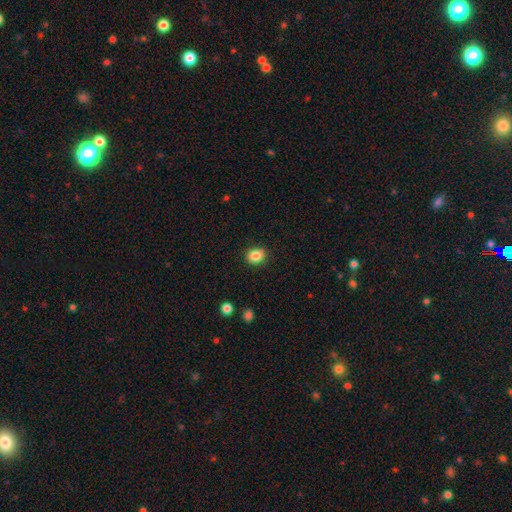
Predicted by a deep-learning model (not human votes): A smooth galaxy with no disk features (86%) that is round (62%).

Vote fractions:
- Smooth or featured? smooth: 86% / star or artifact: 10% / featured or disk: 5%
- How rounded? round: 62% / in between: 37% / cigar-shaped: 1%
- Merging? none: 89% / minor disturbance: 8% / major disturbance: 2% / merger: 1%